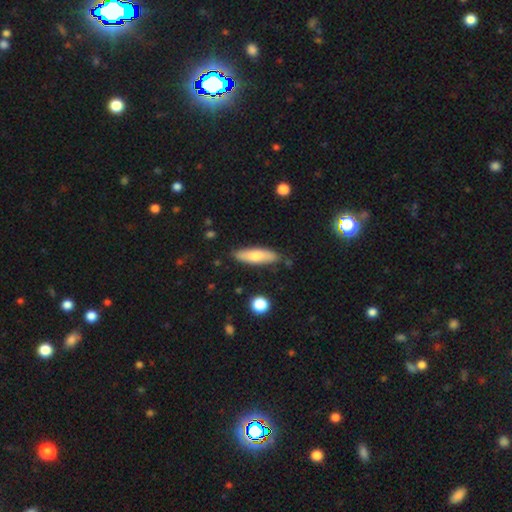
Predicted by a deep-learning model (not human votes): Smooth or featured? Predicted: smooth (p=0.68). How rounded? Predicted: cigar-shaped (p=0.60). Merging? Predicted: none (p=0.83).